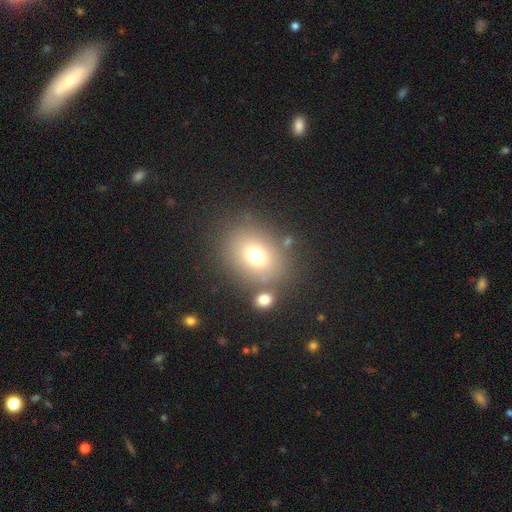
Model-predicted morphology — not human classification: Q: Smooth or featured?
A: smooth (72%); runner-up: star or artifact (14%)
Q: How rounded?
A: round (51%); runner-up: in between (48%)
Q: Merging?
A: none (72%); runner-up: merger (12%)